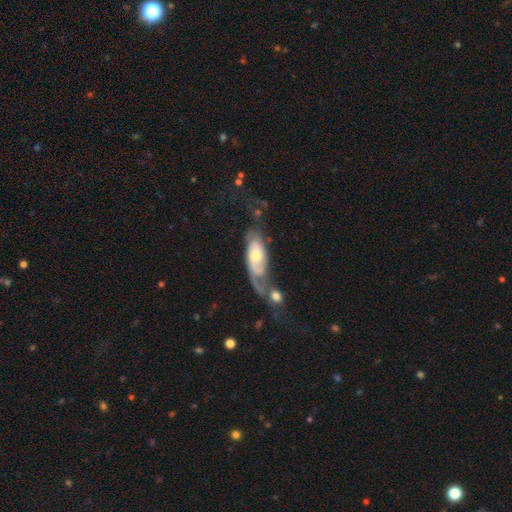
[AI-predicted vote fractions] Smooth or featured? featured or disk (64%)
Edge-on disk? no (88%)
Bar? no (68%)
Spiral arms? yes (81%)
Bulge size? moderate (62%)
Merging? merger (36%)